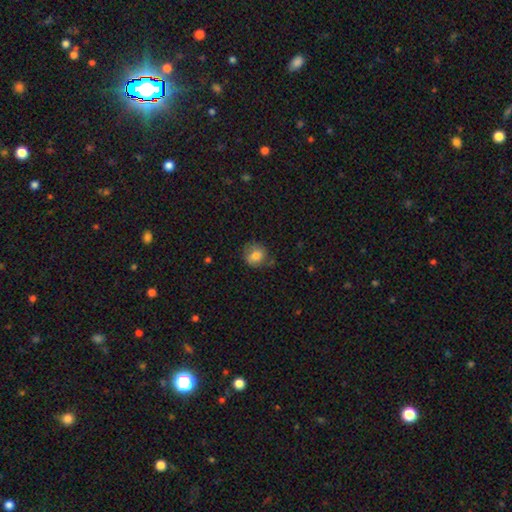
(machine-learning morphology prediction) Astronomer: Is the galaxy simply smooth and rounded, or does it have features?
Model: smooth — 75%.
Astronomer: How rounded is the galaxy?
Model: round — 78%.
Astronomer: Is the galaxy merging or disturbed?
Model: none — 69%.